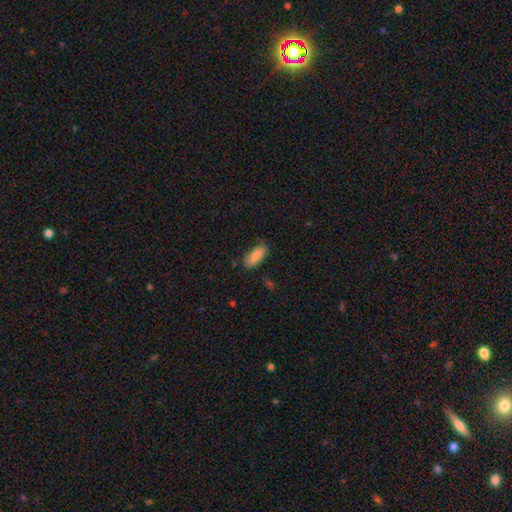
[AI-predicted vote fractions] Smooth or featured: smooth — 86% (featured or disk — 7%)
How rounded: in between — 83% (cigar-shaped — 16%)
Merging: none — 74% (minor disturbance — 20%)